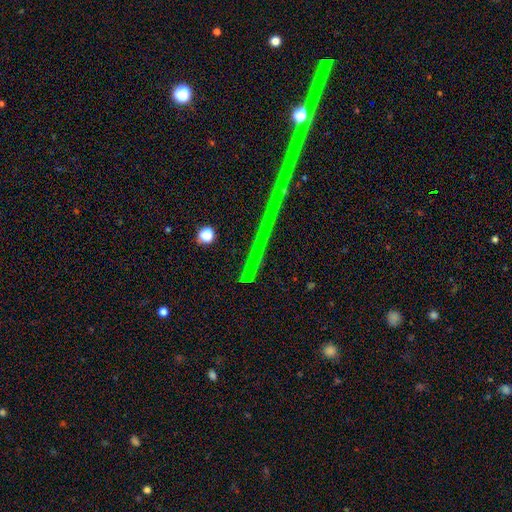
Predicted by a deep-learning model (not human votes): A star or artifact, not a galaxy (68%).